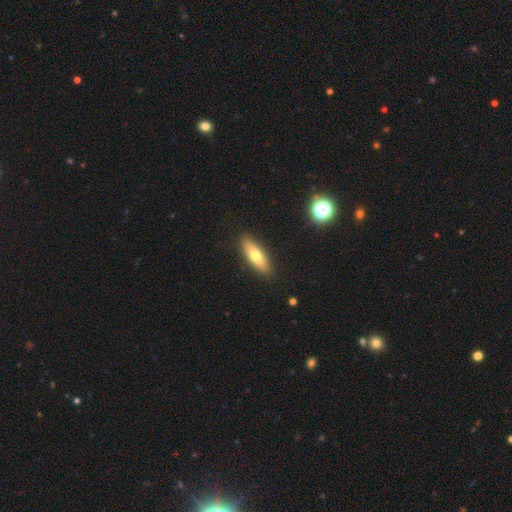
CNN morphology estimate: A smooth galaxy with no disk features (67%) that is in between round and cigar-shaped (53%).

Vote fractions:
- Smooth or featured? smooth: 67% / featured or disk: 26% / star or artifact: 7%
- How rounded? in between: 53% / cigar-shaped: 44% / round: 3%
- Merging? none: 88% / minor disturbance: 8% / major disturbance: 2% / merger: 1%